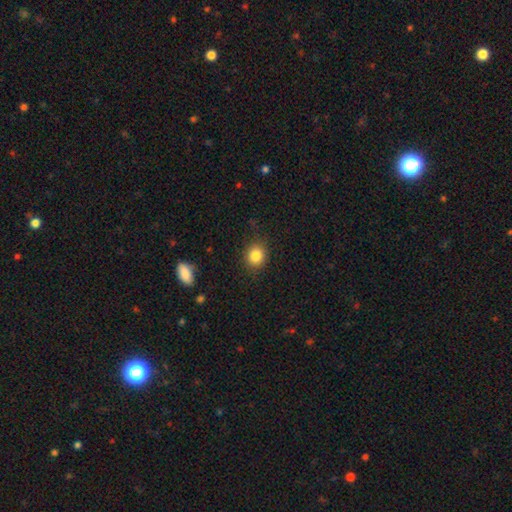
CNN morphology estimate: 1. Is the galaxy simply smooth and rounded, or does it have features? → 84% smooth, 10% star or artifact, 5% featured or disk.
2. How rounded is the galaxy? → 81% round, 18% in between, 1% cigar-shaped.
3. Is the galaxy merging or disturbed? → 86% none, 10% minor disturbance, 3% major disturbance, 1% merger.